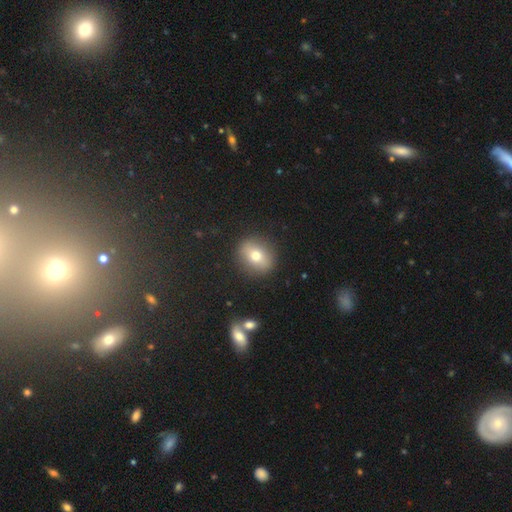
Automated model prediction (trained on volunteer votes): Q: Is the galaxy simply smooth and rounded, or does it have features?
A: smooth — 67%.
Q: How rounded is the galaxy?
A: round — 72%.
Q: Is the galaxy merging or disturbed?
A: none — 89%.